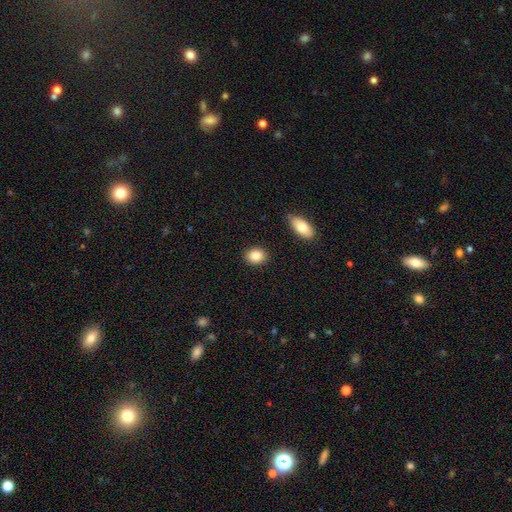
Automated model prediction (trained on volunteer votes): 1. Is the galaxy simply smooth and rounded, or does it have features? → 86% smooth, 8% star or artifact, 6% featured or disk.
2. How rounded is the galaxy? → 53% in between, 45% round, 1% cigar-shaped.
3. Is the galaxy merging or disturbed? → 88% none, 7% minor disturbance, 2% merger, 2% major disturbance.